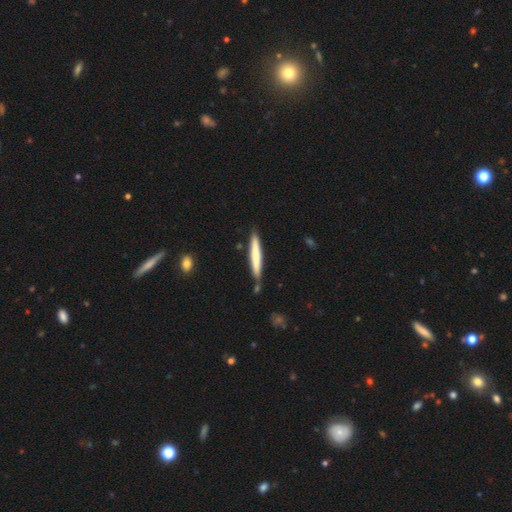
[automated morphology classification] A smooth galaxy with no disk features (66%) that is cigar-shaped (95%).

Vote fractions:
- Smooth or featured? smooth: 66% / featured or disk: 28% / star or artifact: 5%
- How rounded? cigar-shaped: 95% / in between: 4% / round: 1%
- Merging? none: 81% / minor disturbance: 12% / merger: 5% / major disturbance: 2%